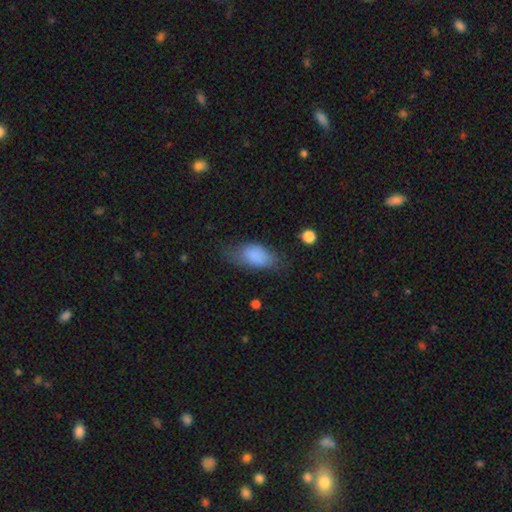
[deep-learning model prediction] This is clearly a smooth galaxy (82%). How rounded: clearly in between (89%). Merging: possibly none (53%).